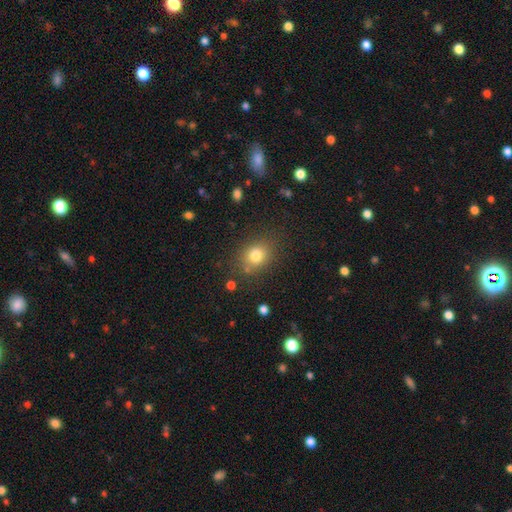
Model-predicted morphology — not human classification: This appears to be a smooth galaxy with no disk features (78%) that is round (60%). Merging: none (78%).